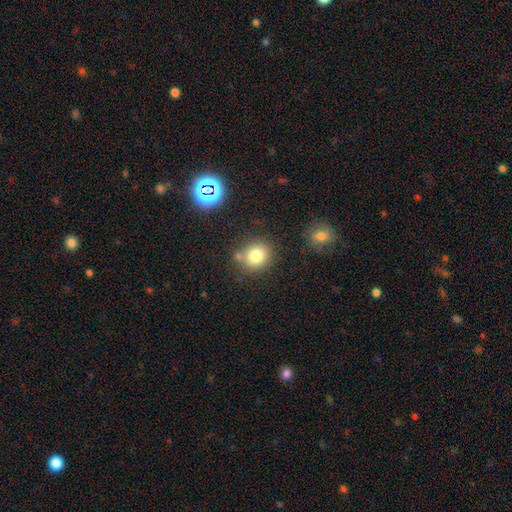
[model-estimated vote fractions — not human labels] Smooth or featured?
  - smooth: 80% *
  - star or artifact: 11%
  - featured or disk: 9%
How rounded?
  - round: 79% *
  - in between: 20%
  - cigar-shaped: 1%
Merging?
  - none: 74% *
  - minor disturbance: 13%
  - merger: 10%
  - major disturbance: 4%